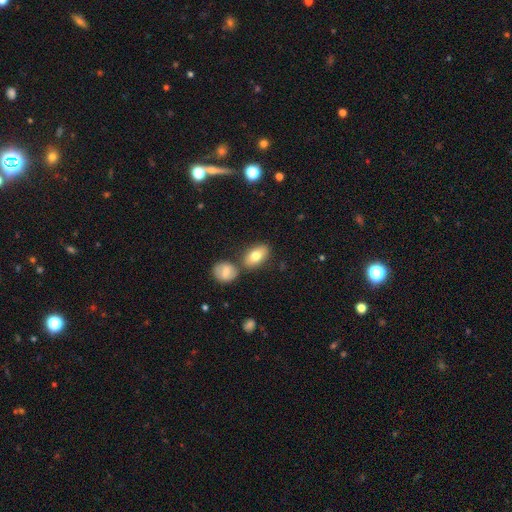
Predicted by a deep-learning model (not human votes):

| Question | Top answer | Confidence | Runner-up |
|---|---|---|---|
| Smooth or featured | smooth | 76% | featured or disk (17%) |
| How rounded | in between | 89% | round (9%) |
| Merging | none | 67% | merger (19%) |